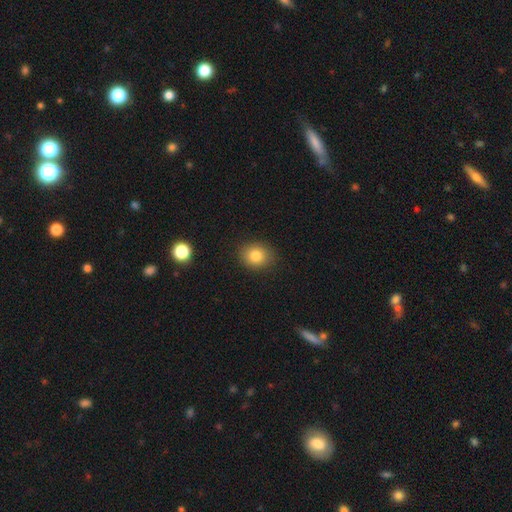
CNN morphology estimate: This appears to be a smooth galaxy with no disk features (81%) that is round (65%). Merging: none (88%).